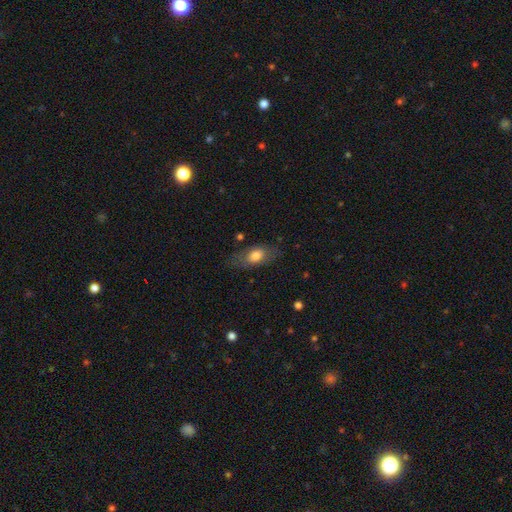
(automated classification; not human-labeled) This is likely a smooth galaxy (71%). How rounded: clearly in between (84%). Merging: likely none (73%).